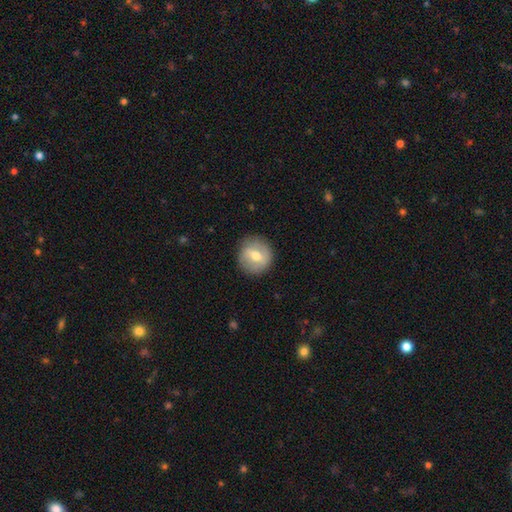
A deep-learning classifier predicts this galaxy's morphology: Smooth or featured?
  - smooth: 53% *
  - featured or disk: 39%
  - star or artifact: 7%
How rounded?
  - round: 89% *
  - in between: 10%
  - cigar-shaped: 1%
Merging?
  - none: 86% *
  - minor disturbance: 10%
  - major disturbance: 3%
  - merger: 1%